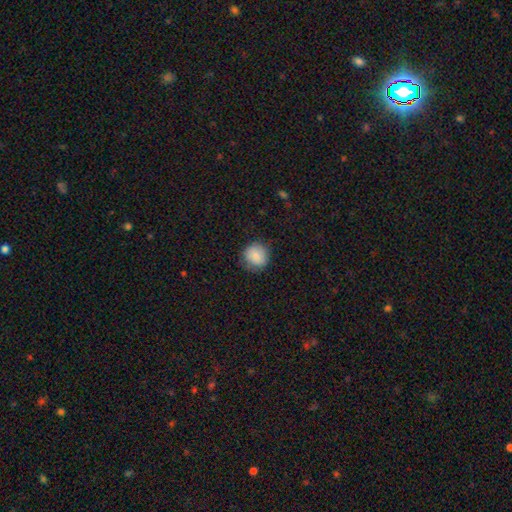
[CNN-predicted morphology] Smooth or featured: smooth — 85% (star or artifact — 8%)
How rounded: round — 88% (in between — 11%)
Merging: none — 80% (minor disturbance — 15%)